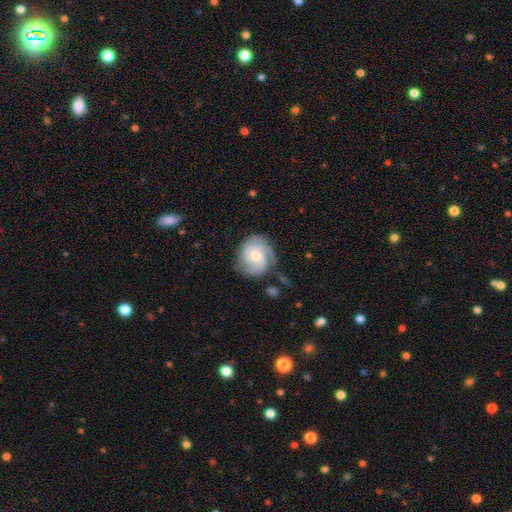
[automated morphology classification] Overall: featured or disk (75%). Edge-on disk: no (98%). Bar: no (68%). Spiral arms: yes (95%). Spiral arm count: 3 (35%; 2 27%). Spiral winding: tight (50%; medium 38%). Bulge size: small (49%; moderate 45%). Merging: none (65%).